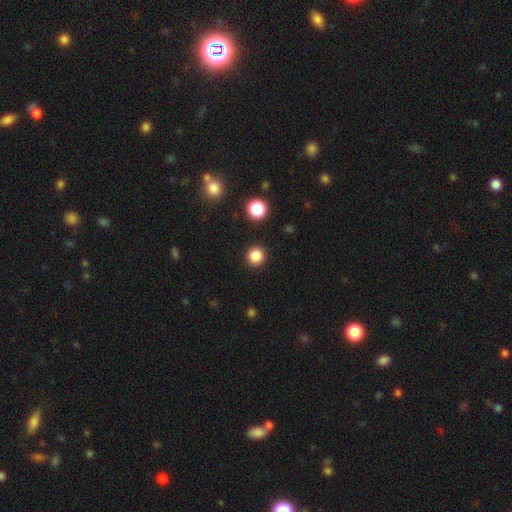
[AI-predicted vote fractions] The model was most divided on "smooth or featured": smooth: 85%, star or artifact: 11%, featured or disk: 3%. More confident: how rounded — round (94%); merging — none (92%).